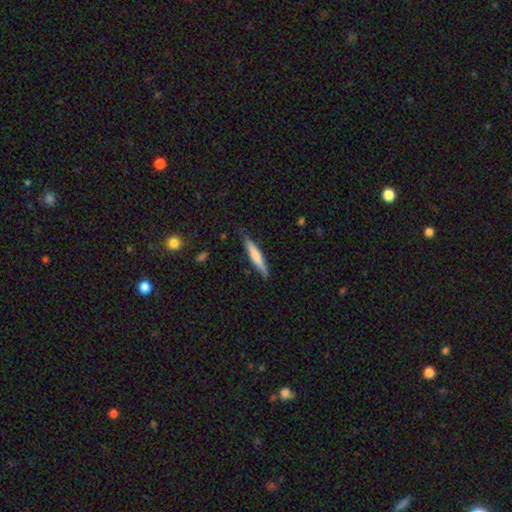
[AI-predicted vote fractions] Smooth or featured? smooth (67%)
How rounded? cigar-shaped (90%)
Merging? none (82%)